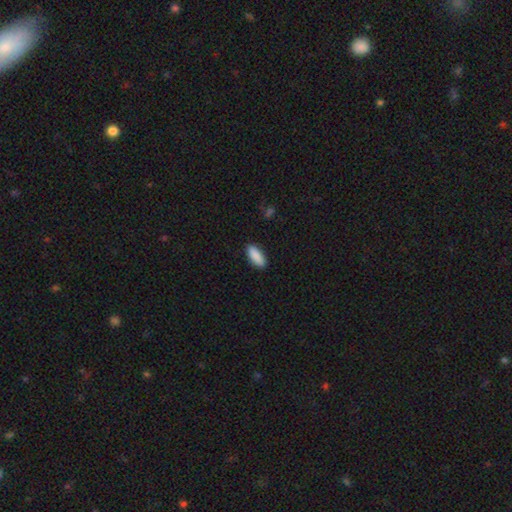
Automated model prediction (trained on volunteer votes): Smooth or featured? Predicted: smooth (p=0.90). How rounded? Predicted: in between (p=0.71). Merging? Predicted: none (p=0.89).